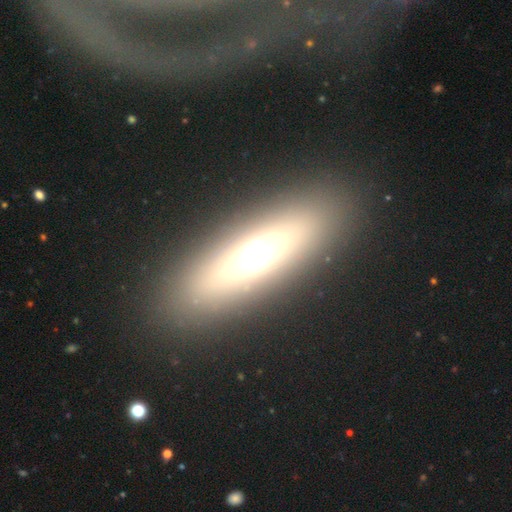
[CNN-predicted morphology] This is possibly a smooth galaxy (47%). Merging: clearly none (84%).